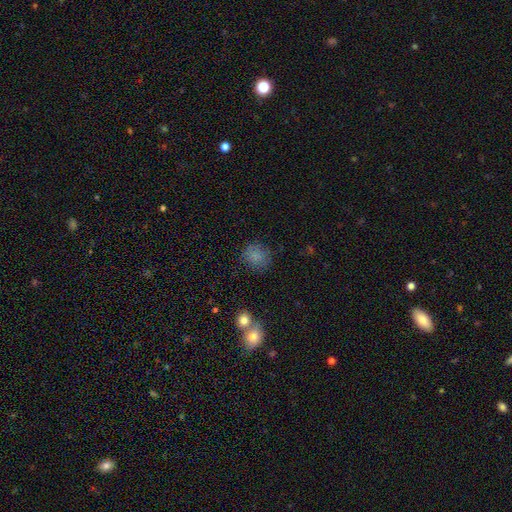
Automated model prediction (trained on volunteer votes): Smooth or featured? smooth (81%)
How rounded? round (80%)
Merging? none (78%)